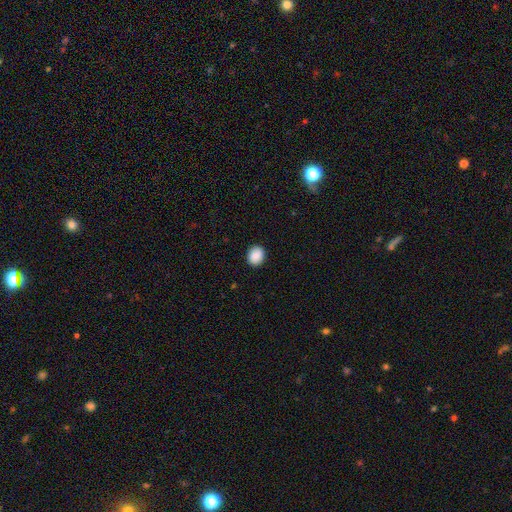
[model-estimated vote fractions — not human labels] The model was most divided on "how rounded": round: 63%, in between: 36%, cigar-shaped: 1%. More confident: merging — none (91%); smooth or featured — smooth (89%).